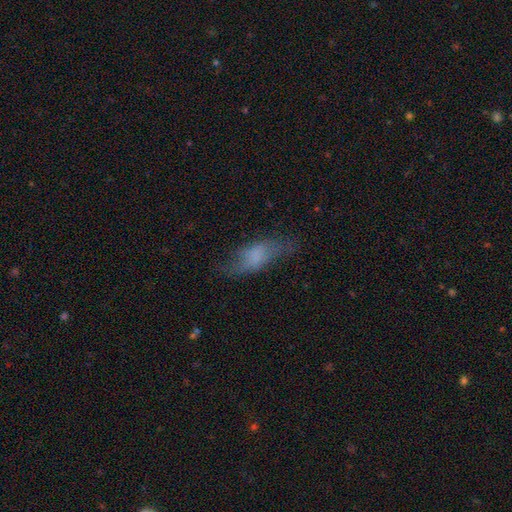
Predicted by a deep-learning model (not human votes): A smooth galaxy with no disk features (58%) that is in between round and cigar-shaped (69%). Merging: none (56%).